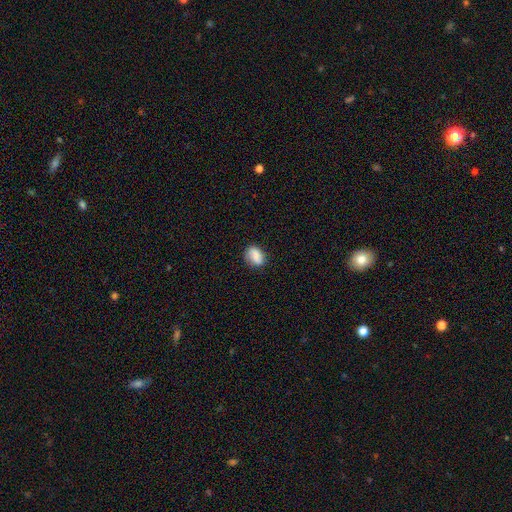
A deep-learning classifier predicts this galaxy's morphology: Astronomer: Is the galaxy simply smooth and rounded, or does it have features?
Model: smooth — 80%.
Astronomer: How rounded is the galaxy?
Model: in between — 68%.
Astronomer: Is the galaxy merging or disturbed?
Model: none — 74%.